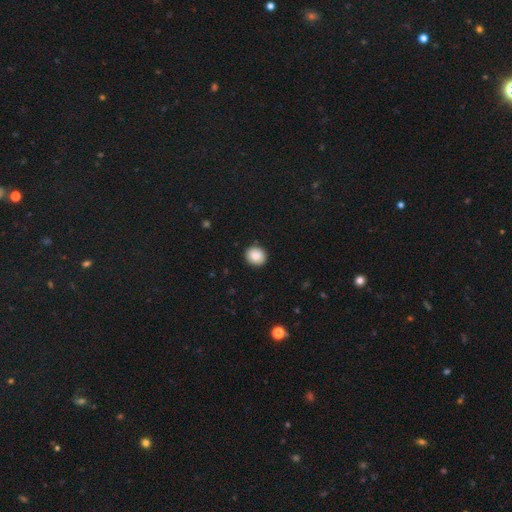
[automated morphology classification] This appears to be a smooth galaxy with no disk features (87%) that is round (79%). Merging: none (90%).